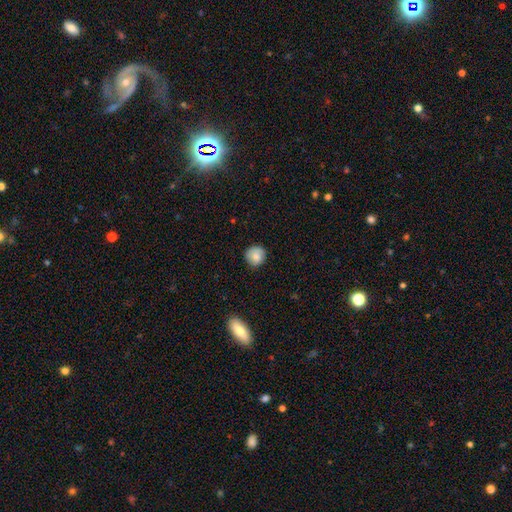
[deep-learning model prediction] Smooth or featured?
  - smooth: 83% *
  - featured or disk: 9%
  - star or artifact: 8%
How rounded?
  - round: 91% *
  - in between: 8%
  - cigar-shaped: 1%
Merging?
  - none: 83% *
  - minor disturbance: 13%
  - major disturbance: 3%
  - merger: 1%